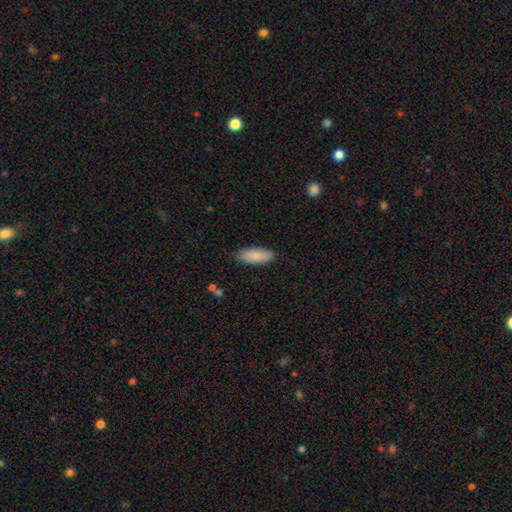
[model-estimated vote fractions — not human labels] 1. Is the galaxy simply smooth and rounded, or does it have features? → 87% smooth, 8% featured or disk, 6% star or artifact.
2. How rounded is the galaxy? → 75% in between, 23% cigar-shaped, 2% round.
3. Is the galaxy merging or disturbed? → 87% none, 10% minor disturbance, 2% major disturbance, 1% merger.